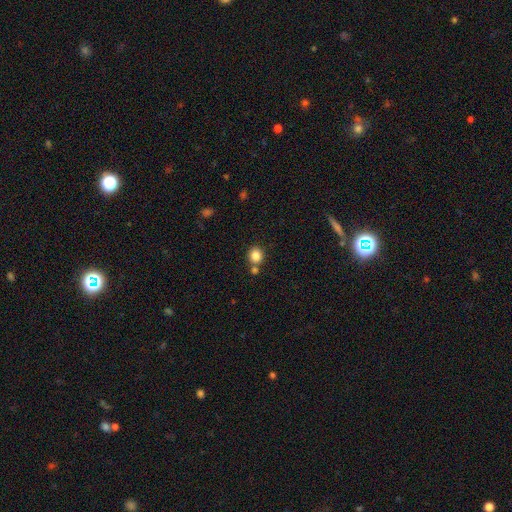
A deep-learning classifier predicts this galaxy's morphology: This is clearly a smooth galaxy (84%). How rounded: clearly round (82%). Merging: likely none (69%).